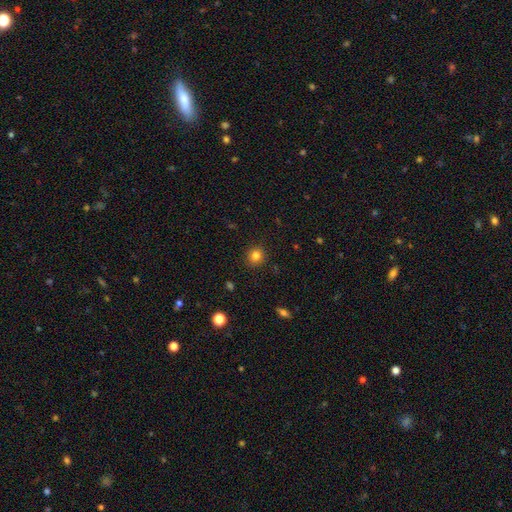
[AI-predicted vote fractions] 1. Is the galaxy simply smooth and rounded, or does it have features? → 81% smooth, 13% star or artifact, 6% featured or disk.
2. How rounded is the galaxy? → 88% round, 11% in between, 1% cigar-shaped.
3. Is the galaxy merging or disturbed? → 90% none, 6% minor disturbance, 2% major disturbance, 1% merger.